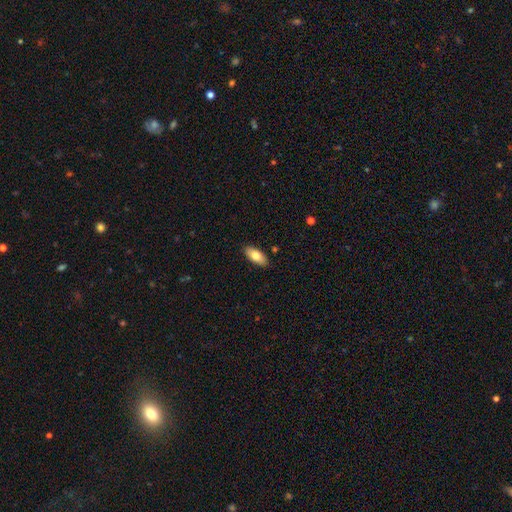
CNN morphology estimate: Overall: smooth (77%). How rounded: in between (88%). Merging: none (88%).